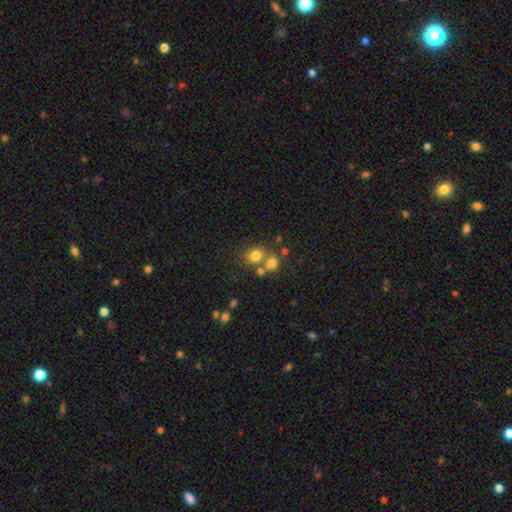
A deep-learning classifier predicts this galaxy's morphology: This is likely a smooth galaxy (73%). How rounded: likely round (69%). Merging: possibly none (49%).